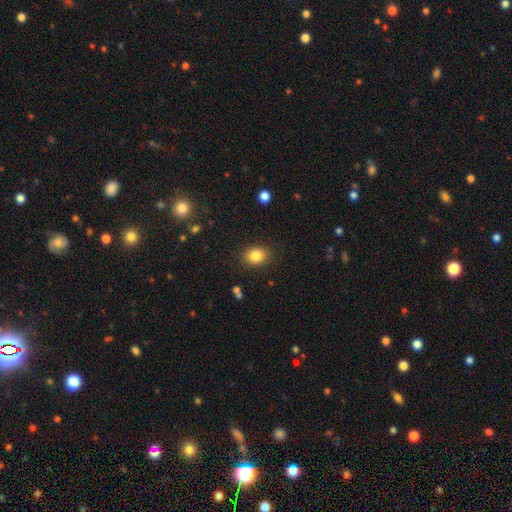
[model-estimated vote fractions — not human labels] Smooth or featured: smooth — 84% (star or artifact — 10%)
How rounded: round — 50% (in between — 49%)
Merging: none — 87% (minor disturbance — 9%)